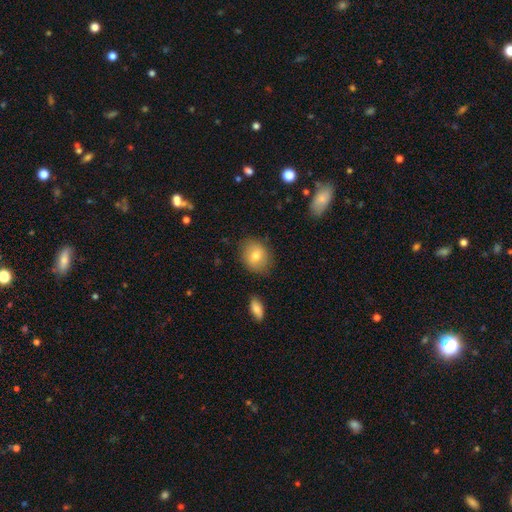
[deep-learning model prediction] The model was most divided on "how rounded": round: 54%, in between: 44%, cigar-shaped: 1%. More confident: merging — none (82%); smooth or featured — smooth (78%).